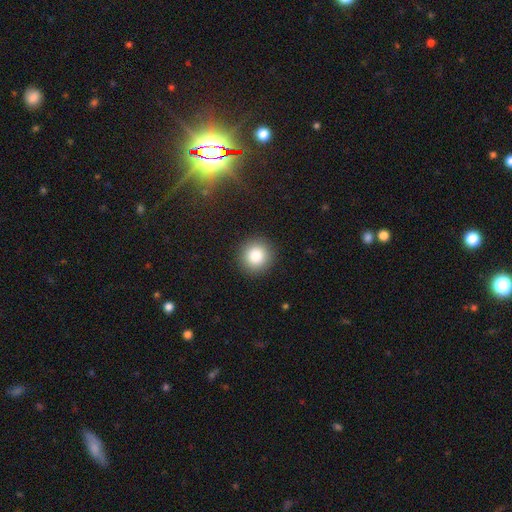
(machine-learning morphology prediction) Smooth or featured? smooth (84%)
How rounded? round (94%)
Merging? none (91%)